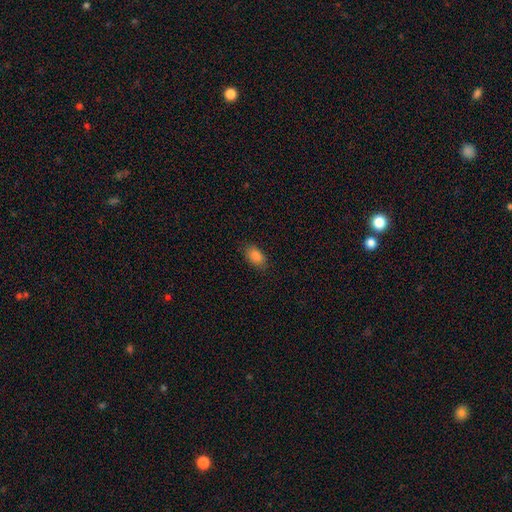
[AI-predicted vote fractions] A smooth galaxy with no disk features (86%) that is in between round and cigar-shaped (90%). Merging: none (85%).